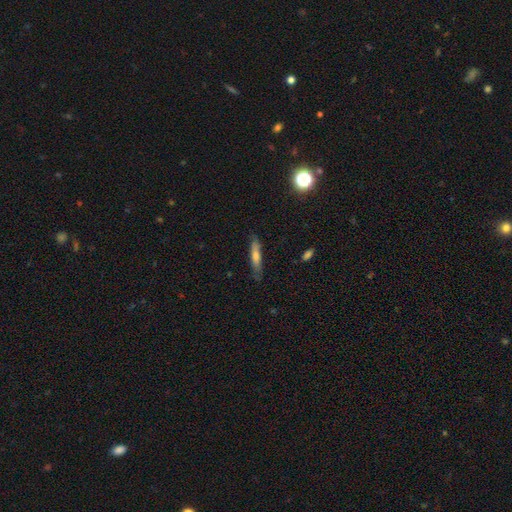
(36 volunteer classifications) smooth-or-featured: smooth: 64% | featured or disk: 36% | star or artifact: 0%
  how-rounded: cigar-shaped: 87% | in between: 9% | round: 4%
  merging: none: 69% | minor disturbance: 28% | major disturbance: 3% | merger: 0%